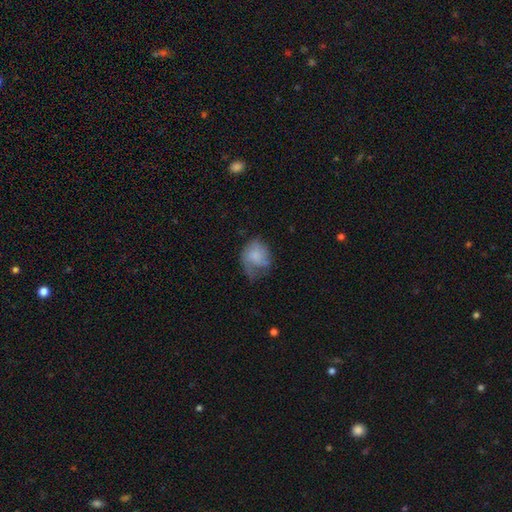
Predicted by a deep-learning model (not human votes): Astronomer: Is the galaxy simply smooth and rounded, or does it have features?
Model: smooth — 58%.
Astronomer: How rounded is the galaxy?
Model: round — 59% (runner-up: in between, 40%).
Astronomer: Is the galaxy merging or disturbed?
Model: none — 35% (runner-up: minor disturbance, 34%).